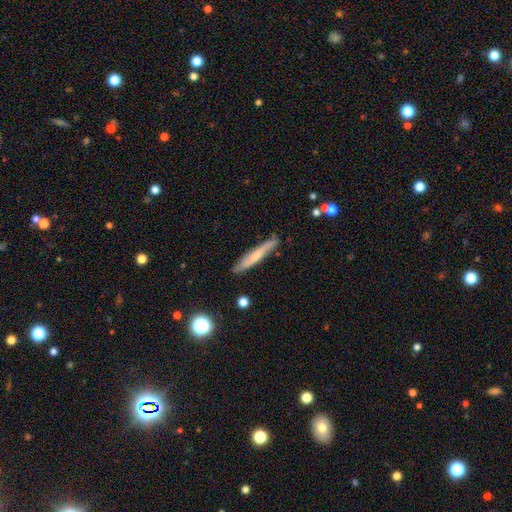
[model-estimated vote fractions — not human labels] smooth-or-featured: smooth: 48% | featured or disk: 45% | star or artifact: 7%
  merging: none: 82% | minor disturbance: 14% | major disturbance: 2% | merger: 2%